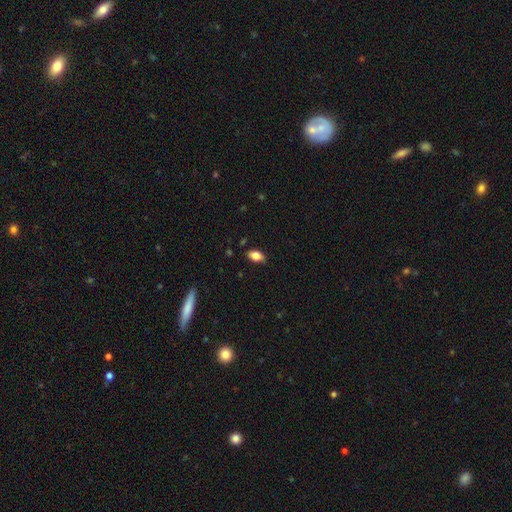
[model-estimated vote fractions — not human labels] Smooth or featured? Predicted: smooth (p=0.82). How rounded? Predicted: in between (p=0.89). Merging? Predicted: none (p=0.84).